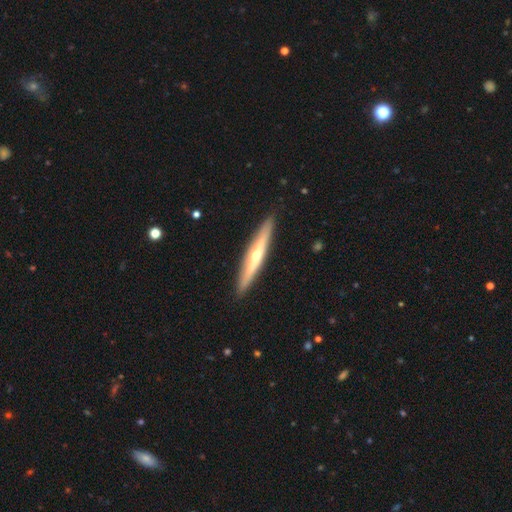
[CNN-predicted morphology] Smooth or featured?
  - featured or disk: 68% *
  - smooth: 27%
  - star or artifact: 5%
Edge-on disk?
  - yes: 95% *
  - no: 5%
Edge-on bulge?
  - rounded: 85% *
  - none: 12%
  - boxy: 3%
Merging?
  - none: 91% *
  - minor disturbance: 6%
  - major disturbance: 1%
  - merger: 1%